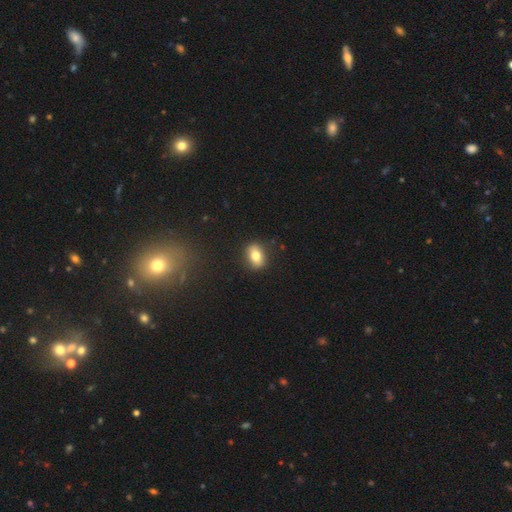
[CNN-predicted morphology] Smooth or featured? smooth (76%)
How rounded? in between (73%)
Merging? none (87%)